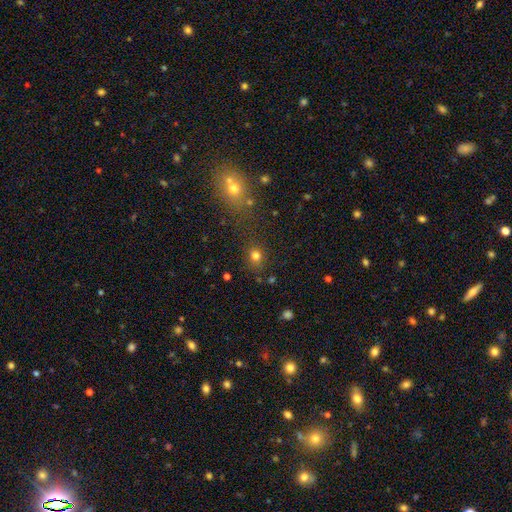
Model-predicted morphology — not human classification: smooth_or_featured: smooth (p=0.75) [alt: star or artifact p=0.18]
how_rounded: round (p=0.75) [alt: in between p=0.23]
merging: none (p=0.77) [alt: minor disturbance p=0.11]